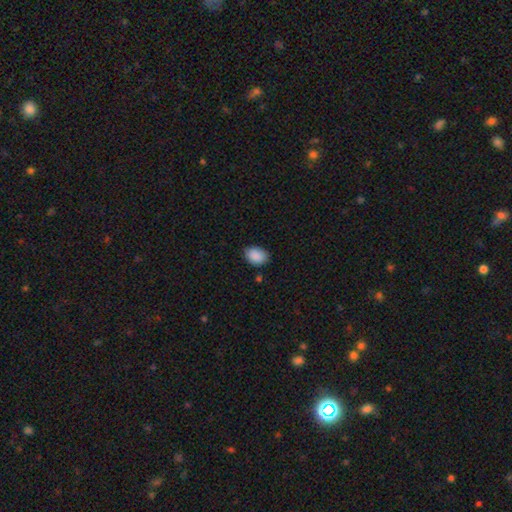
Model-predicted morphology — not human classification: Smooth or featured?
  - smooth: 89% *
  - star or artifact: 8%
  - featured or disk: 3%
How rounded?
  - in between: 75% *
  - round: 24%
  - cigar-shaped: 1%
Merging?
  - none: 78% *
  - minor disturbance: 18%
  - major disturbance: 3%
  - merger: 2%